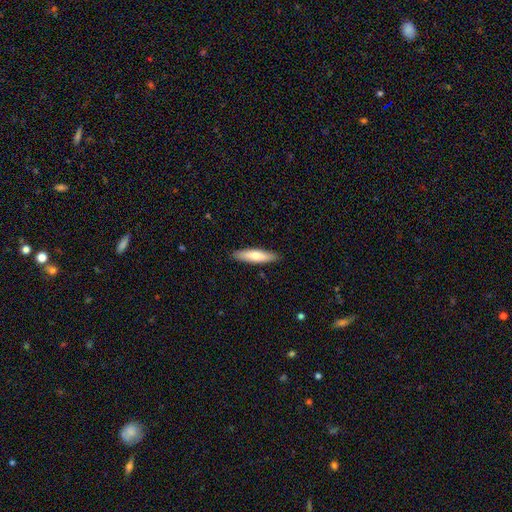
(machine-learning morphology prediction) Smooth or featured?
  - smooth: 72% *
  - featured or disk: 23%
  - star or artifact: 5%
How rounded?
  - cigar-shaped: 71% *
  - in between: 28%
  - round: 1%
Merging?
  - none: 89% *
  - minor disturbance: 8%
  - major disturbance: 2%
  - merger: 1%